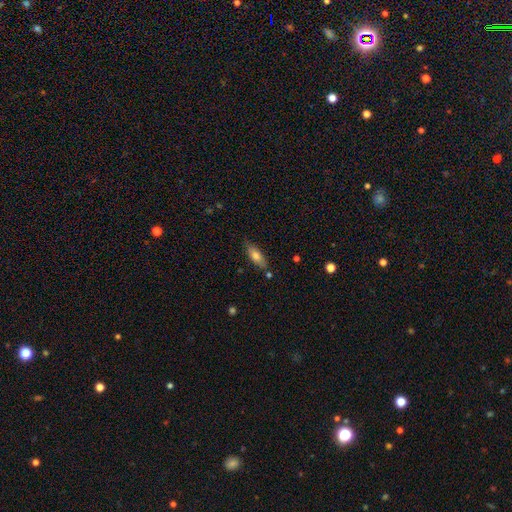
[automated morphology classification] smooth-or-featured: smooth: 70% | featured or disk: 23% | star or artifact: 7%
  how-rounded: in between: 67% | cigar-shaped: 30% | round: 2%
  merging: none: 79% | minor disturbance: 15% | merger: 4% | major disturbance: 3%